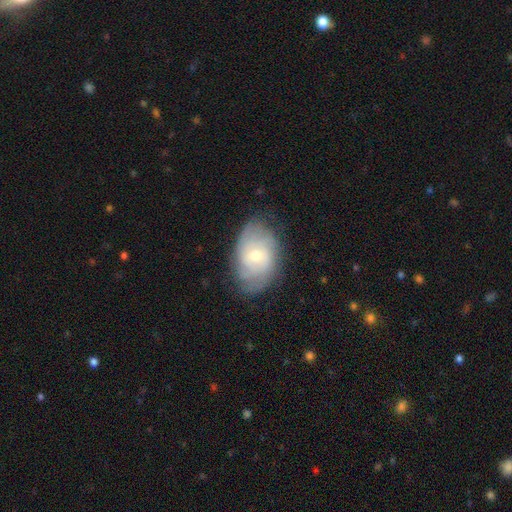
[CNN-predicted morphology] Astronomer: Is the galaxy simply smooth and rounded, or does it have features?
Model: featured or disk — 65%.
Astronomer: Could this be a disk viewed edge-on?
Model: no — 95%.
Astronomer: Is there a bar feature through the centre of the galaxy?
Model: no — 65%.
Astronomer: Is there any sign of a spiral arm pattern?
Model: yes — 85%.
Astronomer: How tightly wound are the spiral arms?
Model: tight — 57% (runner-up: medium, 32%).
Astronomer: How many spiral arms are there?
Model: can't tell — 49% (runner-up: 2, 24%).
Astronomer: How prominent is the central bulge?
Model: small — 50% (runner-up: moderate, 45%).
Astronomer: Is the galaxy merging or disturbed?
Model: none — 73%.